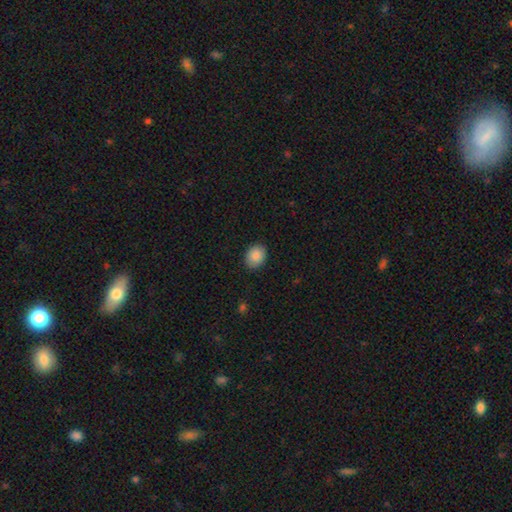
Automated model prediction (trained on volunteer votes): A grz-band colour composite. It shows a smooth galaxy with no disk features (89%) that is in between round and cigar-shaped (62%). Merging: none (87%).